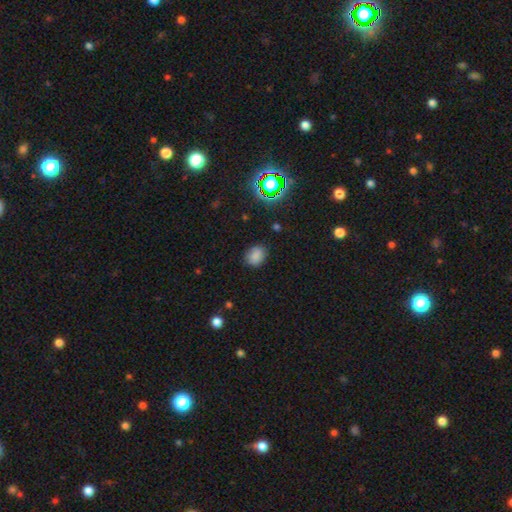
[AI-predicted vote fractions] Smooth or featured? Predicted: smooth (p=0.80). How rounded? Predicted: in between (p=0.52). Merging? Predicted: none (p=0.83).